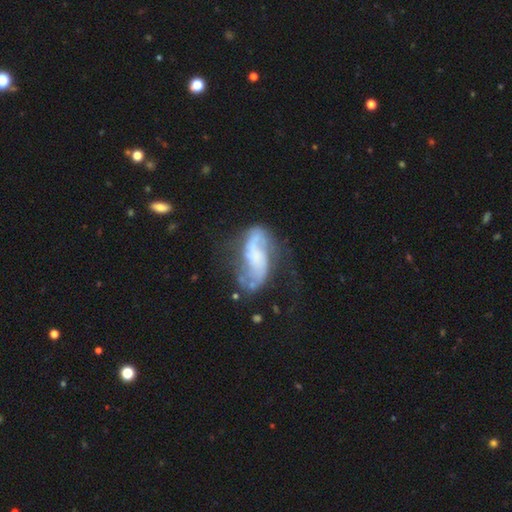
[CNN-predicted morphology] smooth_or_featured: featured or disk (p=0.78) [alt: smooth p=0.14]
disk_edge_on: no (p=0.95) [alt: yes p=0.05]
bar: no (p=0.49) [alt: weak p=0.35]
has_spiral_arms: yes (p=0.91) [alt: no p=0.09]
spiral_winding: loose (p=0.54) [alt: medium p=0.34]
spiral_arm_count: 2 (p=0.85) [alt: can't tell p=0.07]
bulge_size: none (p=0.40) [alt: small p=0.29]
merging: none (p=0.50) [alt: minor disturbance p=0.22]